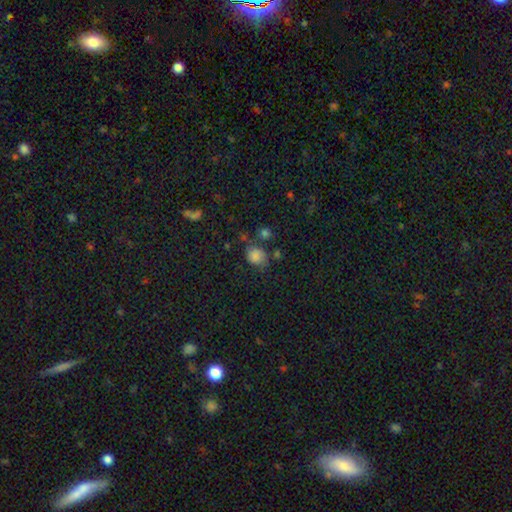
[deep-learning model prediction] This is likely a smooth galaxy (78%). How rounded: possibly round (58%). Merging: possibly none (55%).